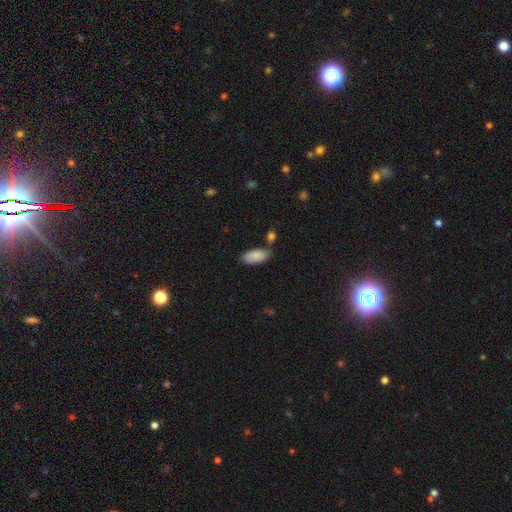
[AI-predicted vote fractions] Q: Smooth or featured?
A: smooth (86%); runner-up: featured or disk (7%)
Q: How rounded?
A: in between (92%); runner-up: cigar-shaped (6%)
Q: Merging?
A: none (67%); runner-up: minor disturbance (18%)